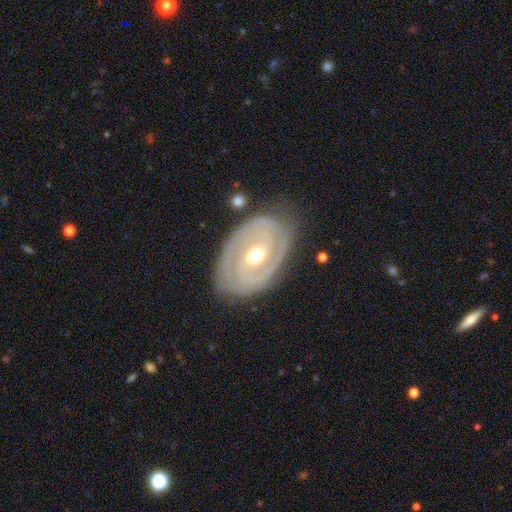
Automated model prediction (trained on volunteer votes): smooth-or-featured: featured or disk: 87% | smooth: 8% | star or artifact: 4%
  disk-edge-on: no: 96% | yes: 4%
    bar: weak: 40% | no: 39% | strong: 21%
    has-spiral-arms: yes: 92% | no: 8%
      spiral-winding: tight: 74% | medium: 20% | loose: 5%
      spiral-arm-count: 2: 69% | can't tell: 15% | 3: 8% | 1: 4% | 4: 2% | more than 4: 2%
    bulge-size: moderate: 67% | small: 29% | large: 3% | dominant: 1% | none: 1%
  merging: none: 78% | minor disturbance: 15% | major disturbance: 5% | merger: 2%